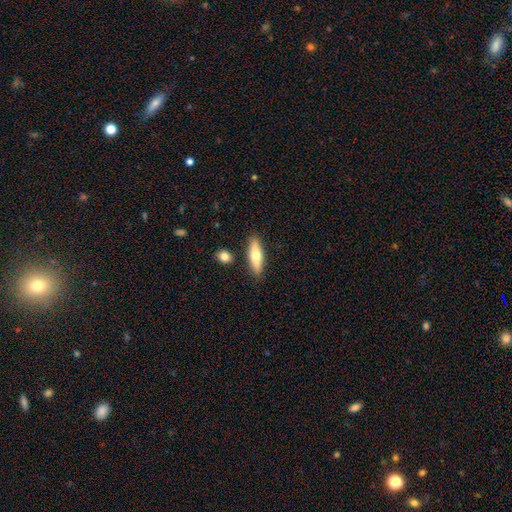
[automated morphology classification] smooth-or-featured: smooth: 60% | featured or disk: 34% | star or artifact: 6%
  how-rounded: cigar-shaped: 61% | in between: 36% | round: 3%
  merging: none: 85% | minor disturbance: 9% | merger: 4% | major disturbance: 2%